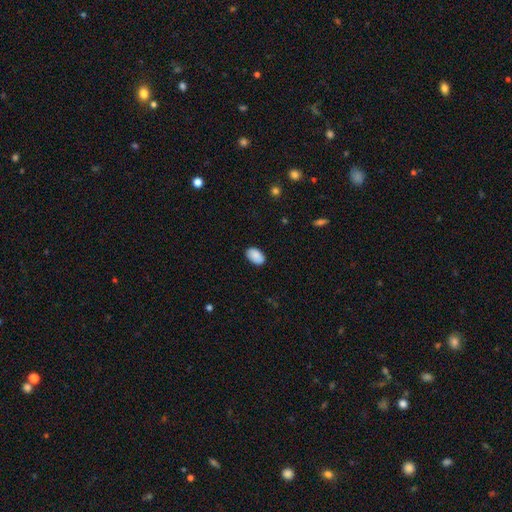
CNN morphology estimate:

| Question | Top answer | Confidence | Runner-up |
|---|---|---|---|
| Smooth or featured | smooth | 89% | star or artifact (7%) |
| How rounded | in between | 92% | round (7%) |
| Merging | none | 87% | minor disturbance (10%) |